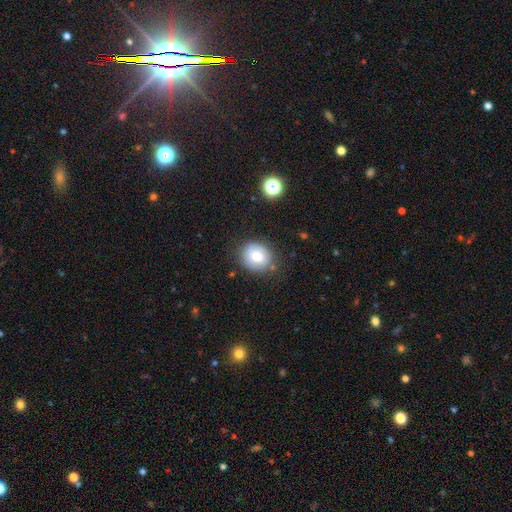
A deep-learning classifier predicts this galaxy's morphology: Smooth or featured: smooth — 72% (featured or disk — 19%)
How rounded: round — 63% (in between — 36%)
Merging: none — 76% (minor disturbance — 17%)